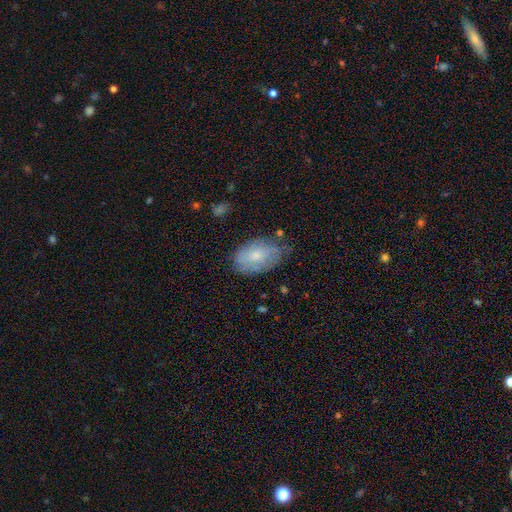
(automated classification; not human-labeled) The model was most divided on "smooth or featured": smooth: 60%, featured or disk: 33%, star or artifact: 7%. More confident: how rounded — in between (90%); merging — none (61%).